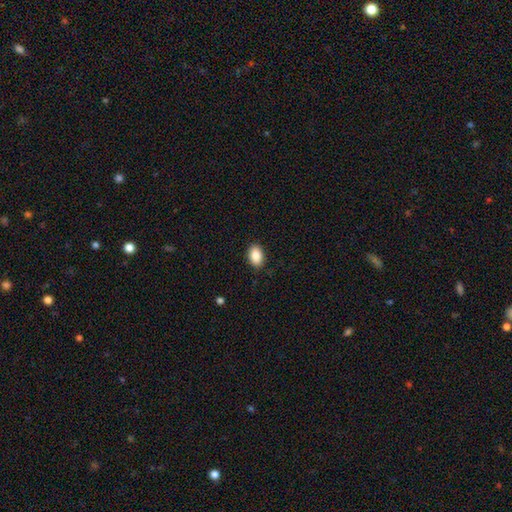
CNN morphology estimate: This appears to be a smooth galaxy with no disk features (89%) that is in between round and cigar-shaped (88%). Merging: none (89%).